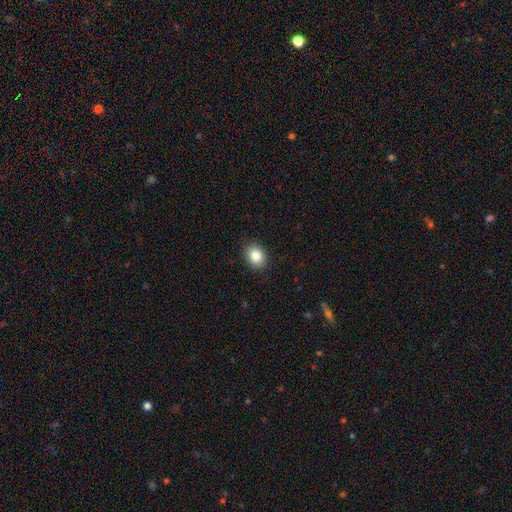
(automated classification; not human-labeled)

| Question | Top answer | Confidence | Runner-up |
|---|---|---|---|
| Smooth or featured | smooth | 84% | star or artifact (9%) |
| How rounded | in between | 50% | round (49%) |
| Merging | none | 90% | minor disturbance (8%) |